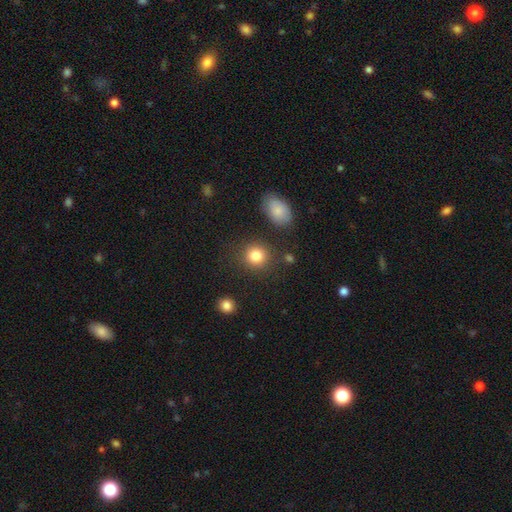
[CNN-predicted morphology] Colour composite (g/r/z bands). It shows a smooth galaxy with no disk features (84%) that is round (85%). Merging: none (83%).